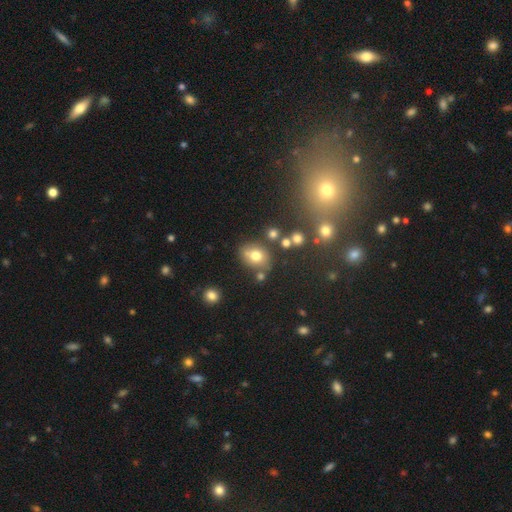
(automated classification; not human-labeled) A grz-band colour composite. It shows a smooth galaxy with no disk features (72%) that is round (53%). Merging: none (67%).